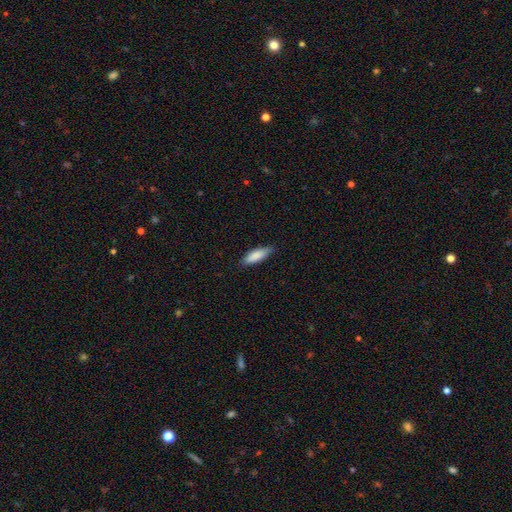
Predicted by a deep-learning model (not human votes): Morphology: type=smooth (86%); roundness=in between (55%); merging=none (81%).